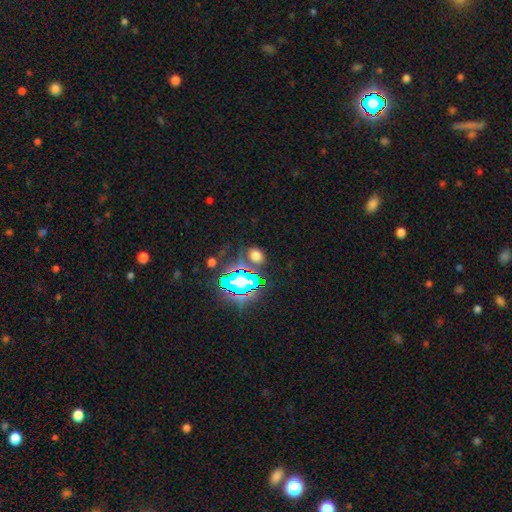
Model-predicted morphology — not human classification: A smooth galaxy with no disk features (56%) that is in between round and cigar-shaped (52%).

Vote fractions:
- Smooth or featured? smooth: 56% / star or artifact: 35% / featured or disk: 9%
- How rounded? in between: 52% / round: 46% / cigar-shaped: 2%
- Merging? none: 73% / minor disturbance: 13% / merger: 8% / major disturbance: 6%